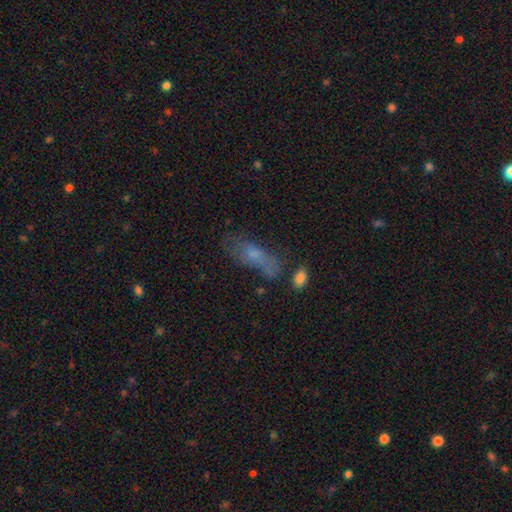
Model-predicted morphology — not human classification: A smooth galaxy with no disk features (57%) that is in between round and cigar-shaped (61%).

Vote fractions:
- Smooth or featured? smooth: 57% / featured or disk: 29% / star or artifact: 14%
- How rounded? in between: 61% / cigar-shaped: 34% / round: 5%
- Merging? none: 45% / minor disturbance: 24% / major disturbance: 17% / merger: 13%